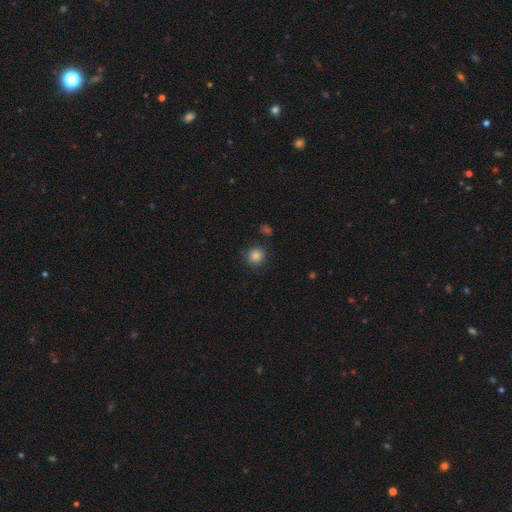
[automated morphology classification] A smooth galaxy with no disk features (85%) that is round (92%).

Vote fractions:
- Smooth or featured? smooth: 85% / star or artifact: 11% / featured or disk: 4%
- How rounded? round: 92% / in between: 7% / cigar-shaped: 1%
- Merging? none: 86% / minor disturbance: 8% / major disturbance: 3% / merger: 3%